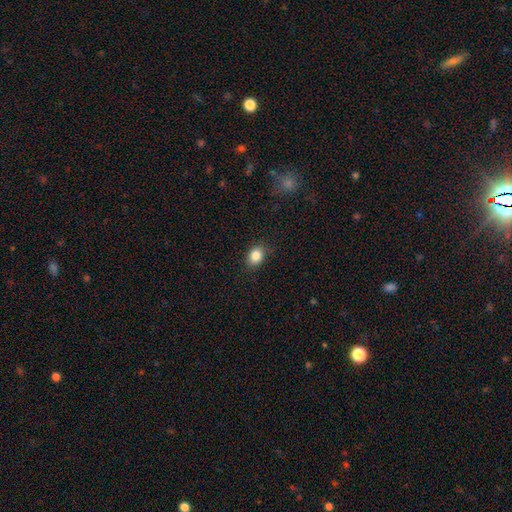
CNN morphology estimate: Smooth or featured?
  - smooth: 86% *
  - star or artifact: 9%
  - featured or disk: 5%
How rounded?
  - in between: 67% *
  - round: 32%
  - cigar-shaped: 1%
Merging?
  - none: 85% *
  - minor disturbance: 12%
  - major disturbance: 3%
  - merger: 1%